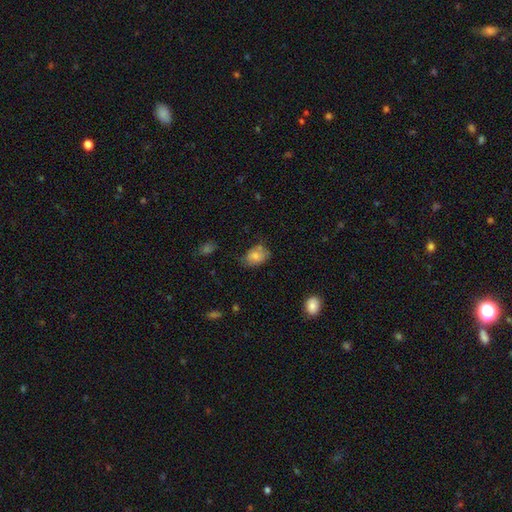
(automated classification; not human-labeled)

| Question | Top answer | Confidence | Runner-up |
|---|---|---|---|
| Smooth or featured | smooth | 74% | featured or disk (17%) |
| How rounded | in between | 73% | round (26%) |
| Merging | none | 58% | minor disturbance (28%) |